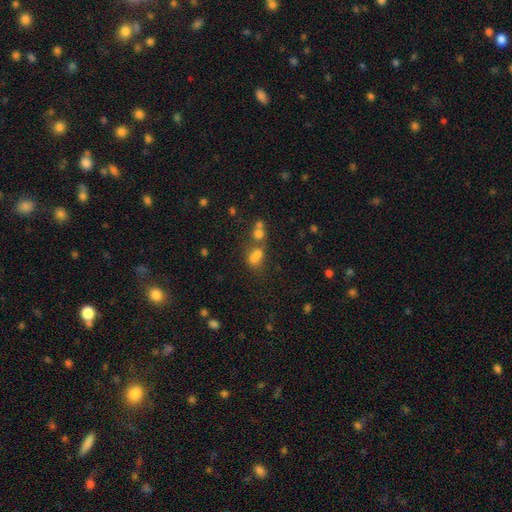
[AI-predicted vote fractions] smooth-or-featured: smooth: 60% | star or artifact: 25% | featured or disk: 15%
  how-rounded: round: 50% | in between: 47% | cigar-shaped: 3%
  merging: merger: 53% | none: 33% | minor disturbance: 8% | major disturbance: 6%